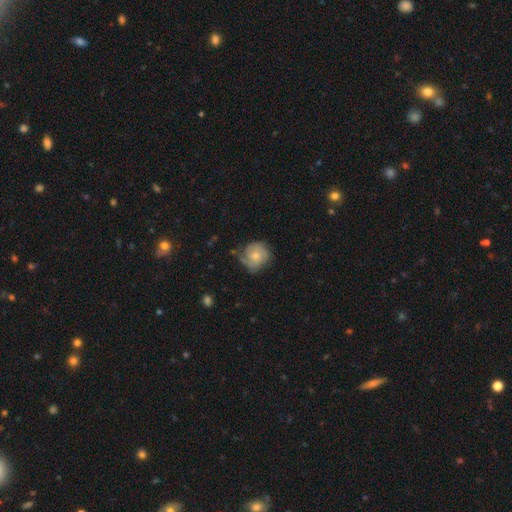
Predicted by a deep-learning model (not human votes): A featured or disk galaxy (53%) with no bar (78%), spiral arms (86%) and a small central bulge (48%). Merging: none (60%).